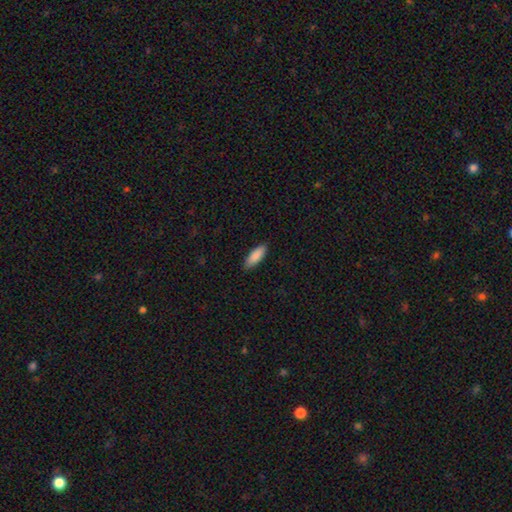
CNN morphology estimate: Smooth or featured? Predicted: smooth (p=0.88). How rounded? Predicted: in between (p=0.64). Merging? Predicted: none (p=0.88).